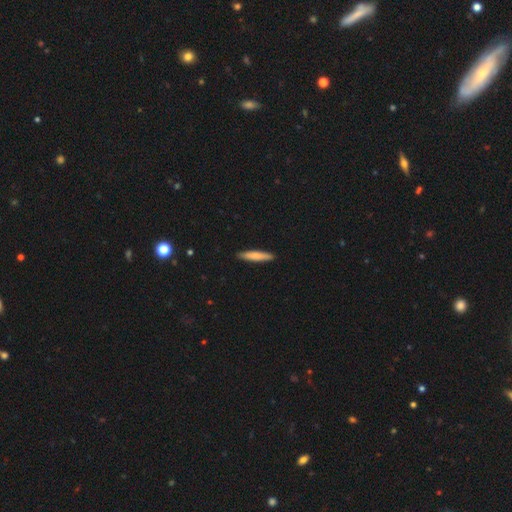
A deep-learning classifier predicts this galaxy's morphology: A smooth galaxy with no disk features (78%) that is cigar-shaped (90%).

Vote fractions:
- Smooth or featured? smooth: 78% / featured or disk: 17% / star or artifact: 5%
- How rounded? cigar-shaped: 90% / in between: 9% / round: 1%
- Merging? none: 91% / minor disturbance: 7% / major disturbance: 1% / merger: 1%